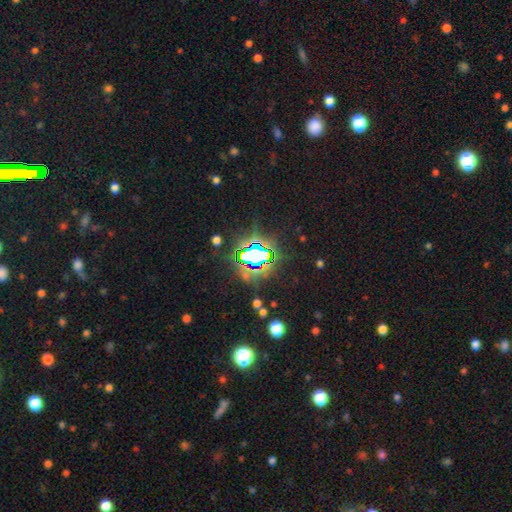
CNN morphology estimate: Smooth or featured?
  - star or artifact: 78% *
  - smooth: 12%
  - featured or disk: 10%